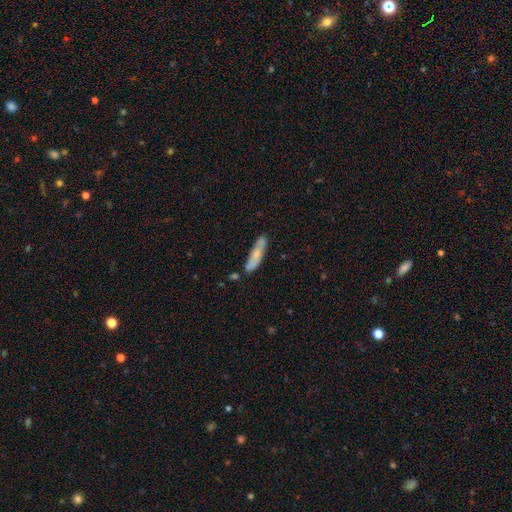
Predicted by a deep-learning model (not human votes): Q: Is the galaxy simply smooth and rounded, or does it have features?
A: smooth — 66%.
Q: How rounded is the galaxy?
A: cigar-shaped — 82%.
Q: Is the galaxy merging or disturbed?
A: none — 67%.